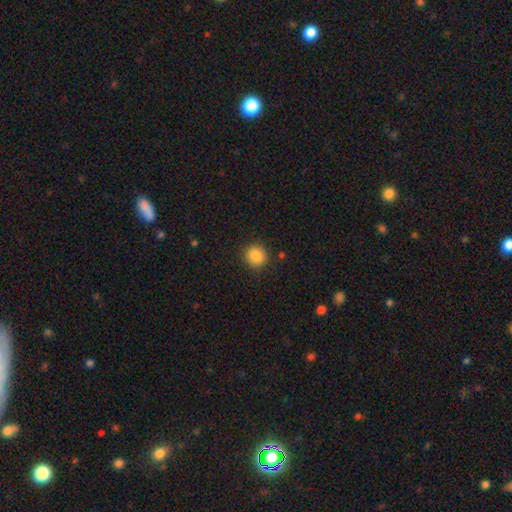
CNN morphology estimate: This appears to be a smooth galaxy with no disk features (86%) that is round (91%). Merging: none (89%).